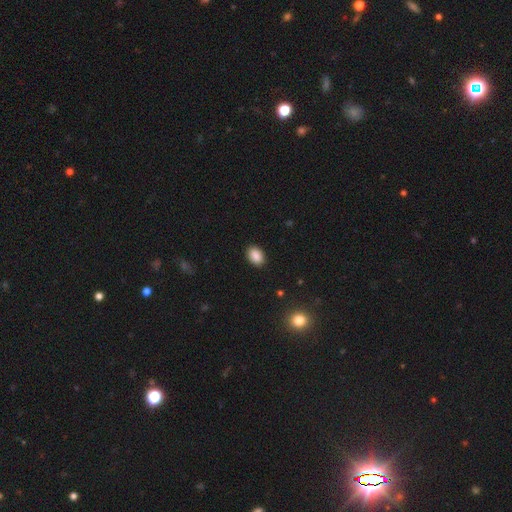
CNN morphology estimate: Overall: smooth (89%). How rounded: in between (81%). Merging: none (89%).